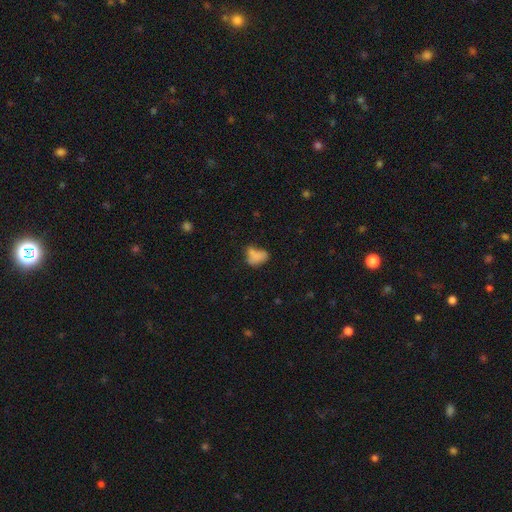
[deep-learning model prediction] Smooth or featured: smooth — 73% (featured or disk — 15%)
How rounded: in between — 80% (round — 17%)
Merging: none — 35% (minor disturbance — 26%)